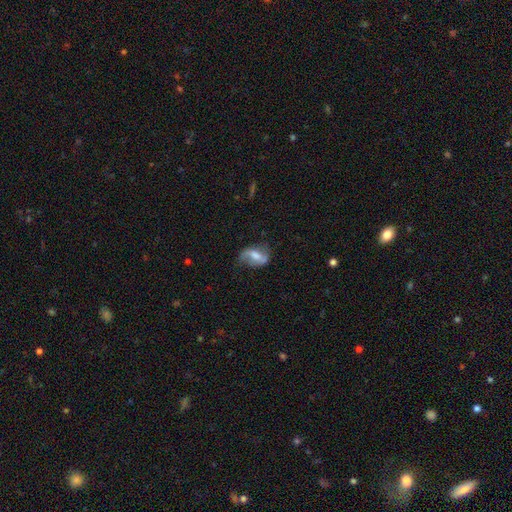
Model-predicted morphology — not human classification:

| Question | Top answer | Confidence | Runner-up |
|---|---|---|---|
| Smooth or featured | featured or disk | 57% | smooth (35%) |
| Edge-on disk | no | 95% | yes (5%) |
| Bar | weak | 45% | no (29%) |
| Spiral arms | yes | 78% | no (22%) |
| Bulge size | moderate | 46% | small (22%) |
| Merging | none | 50% | minor disturbance (29%) |